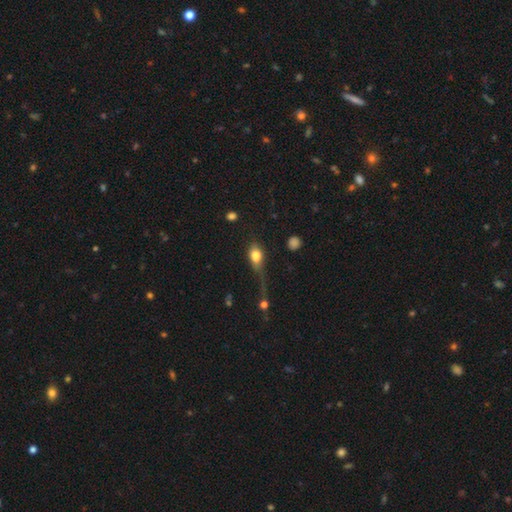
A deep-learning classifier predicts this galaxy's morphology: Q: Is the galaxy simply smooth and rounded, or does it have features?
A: smooth — 75%.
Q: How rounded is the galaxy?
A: in between — 70%.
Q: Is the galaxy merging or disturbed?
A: major disturbance — 38%.